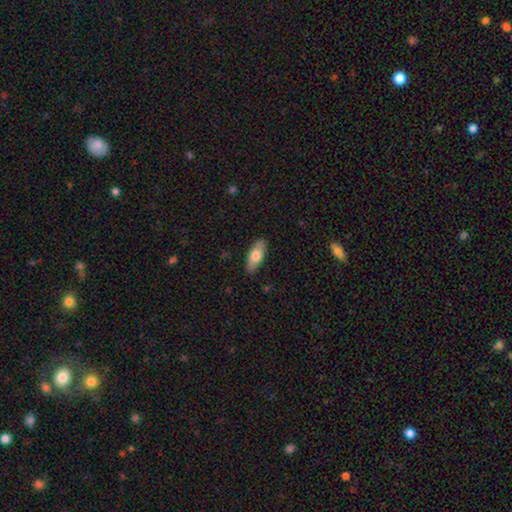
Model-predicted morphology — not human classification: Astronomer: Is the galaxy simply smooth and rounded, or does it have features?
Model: smooth — 70%.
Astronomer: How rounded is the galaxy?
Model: in between — 76%.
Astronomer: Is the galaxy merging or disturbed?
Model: none — 87%.